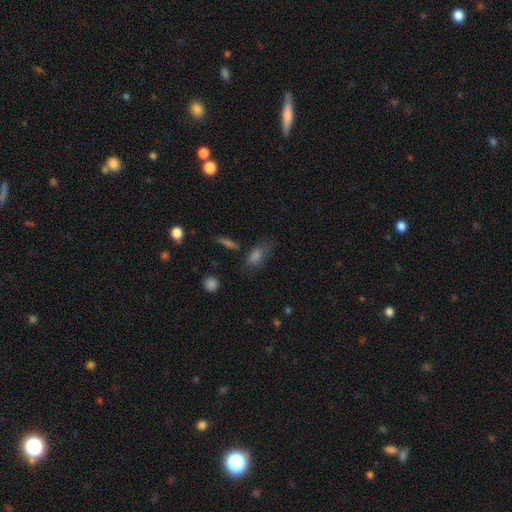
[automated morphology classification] Smooth or featured: smooth — 67% (featured or disk — 18%)
How rounded: in between — 76% (cigar-shaped — 14%)
Merging: none — 62% (minor disturbance — 23%)